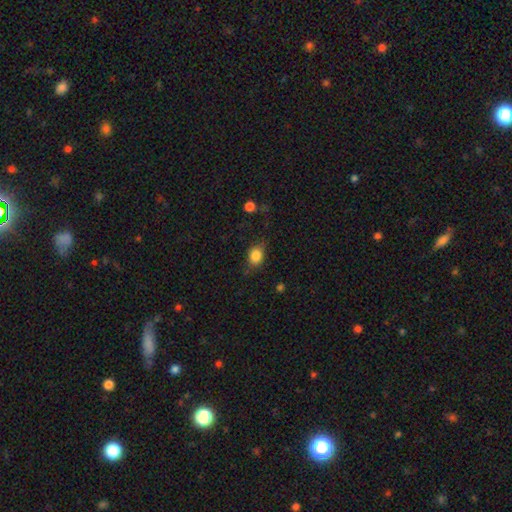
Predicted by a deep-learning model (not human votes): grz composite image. It shows a smooth galaxy with no disk features (85%) that is in between round and cigar-shaped (52%). Merging: none (75%).